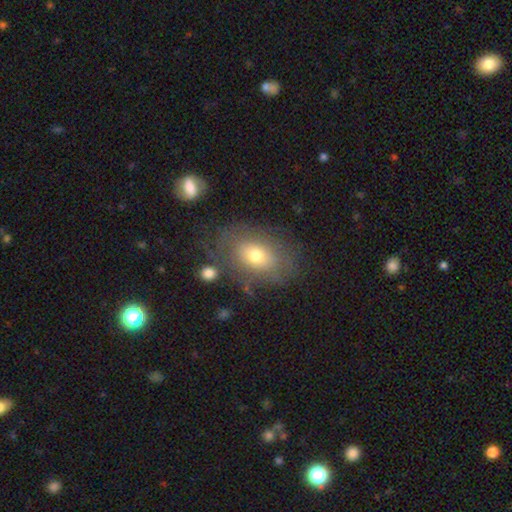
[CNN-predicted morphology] Overall: smooth (62%; featured or disk 28%). How rounded: in between (77%). Merging: none (68%).